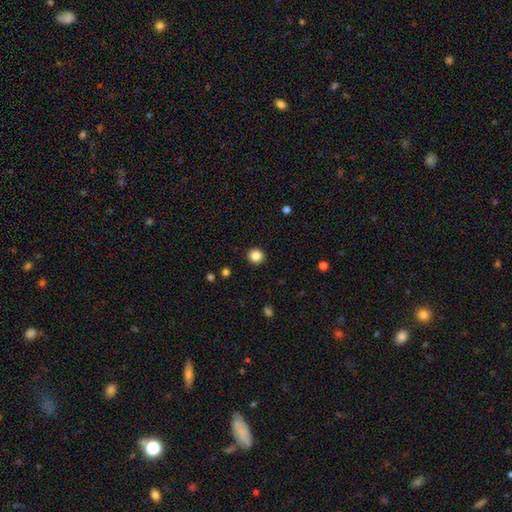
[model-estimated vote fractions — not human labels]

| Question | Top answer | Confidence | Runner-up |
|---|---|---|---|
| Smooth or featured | smooth | 84% | star or artifact (11%) |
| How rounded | round | 92% | in between (7%) |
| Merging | none | 92% | minor disturbance (5%) |